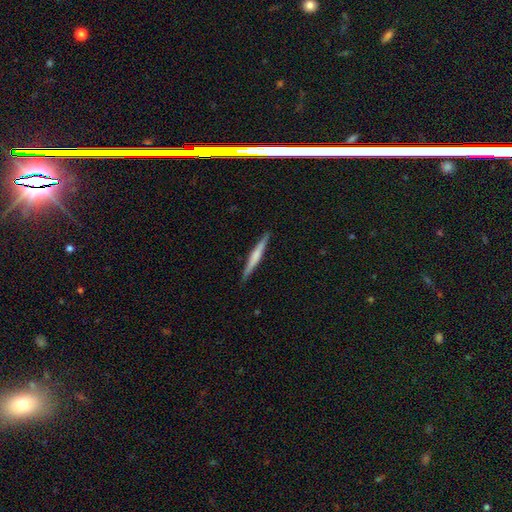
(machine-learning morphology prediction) smooth-or-featured: featured or disk: 52% | smooth: 43% | star or artifact: 5%
  disk-edge-on: yes: 98% | no: 2%
    edge-on-bulge: rounded: 40% | none: 39% | boxy: 21%
  merging: none: 91% | minor disturbance: 7% | major disturbance: 1% | merger: 1%